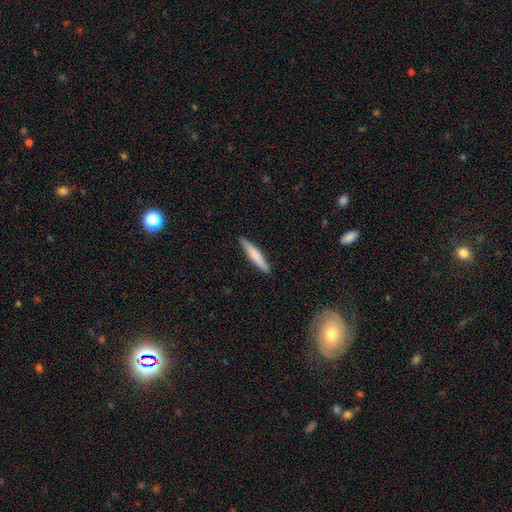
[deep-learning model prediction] Smooth or featured? smooth (70%)
How rounded? cigar-shaped (93%)
Merging? none (91%)